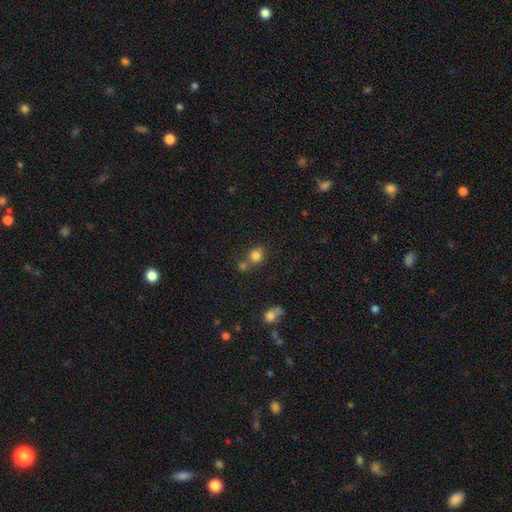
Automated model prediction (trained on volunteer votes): Q: Smooth or featured?
A: smooth (81%); runner-up: star or artifact (12%)
Q: How rounded?
A: round (74%); runner-up: in between (25%)
Q: Merging?
A: none (57%); runner-up: merger (28%)